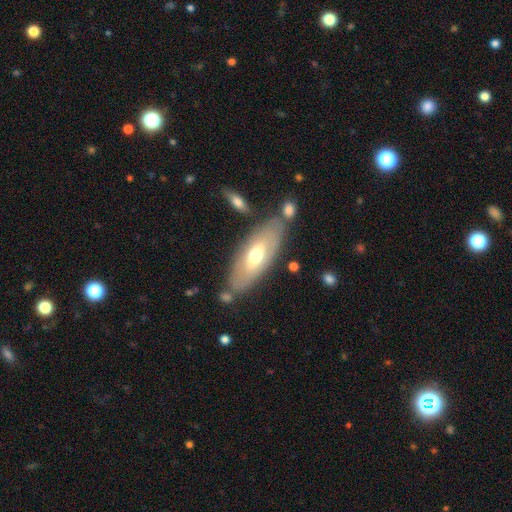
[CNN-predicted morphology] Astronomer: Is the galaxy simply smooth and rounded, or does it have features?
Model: smooth — 51% (runner-up: featured or disk, 43%).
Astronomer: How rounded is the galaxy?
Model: in between — 73%.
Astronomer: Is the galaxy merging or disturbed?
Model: none — 73%.